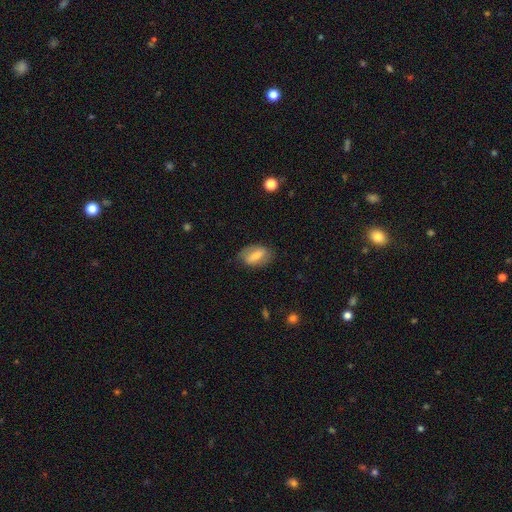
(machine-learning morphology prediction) type=smooth (57%); roundness=in between (86%); merging=none (78%).